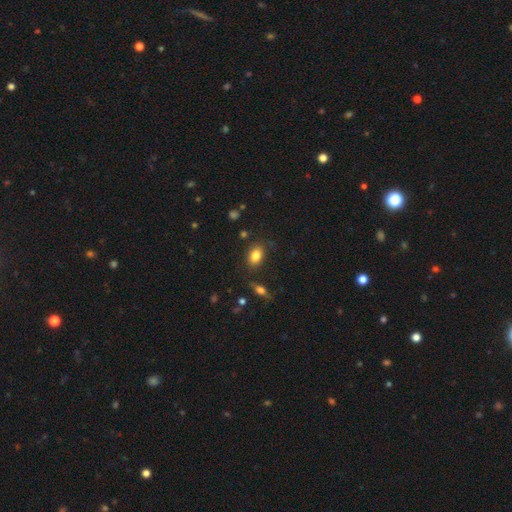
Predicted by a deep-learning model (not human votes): Overall: smooth (83%). How rounded: in between (78%). Merging: none (83%).